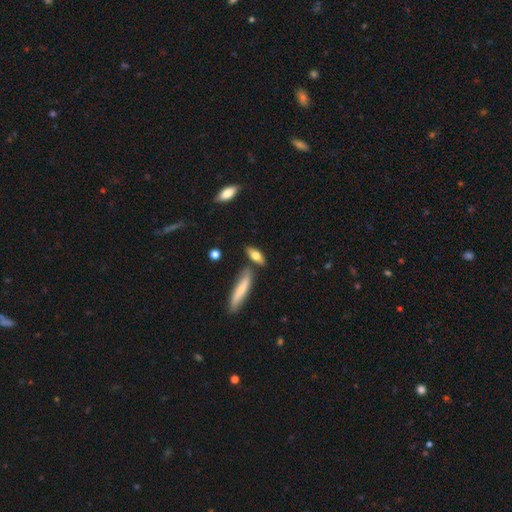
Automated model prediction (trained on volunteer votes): smooth_or_featured: smooth (p=0.68) [alt: featured or disk p=0.25]
how_rounded: in between (p=0.58) [alt: cigar-shaped p=0.39]
merging: none (p=0.69) [alt: minor disturbance p=0.15]